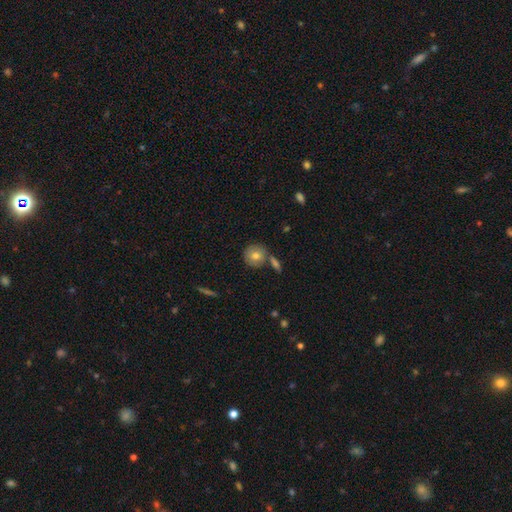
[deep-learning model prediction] Smooth or featured: smooth — 76% (featured or disk — 15%)
How rounded: round — 89% (in between — 10%)
Merging: none — 69% (merger — 17%)